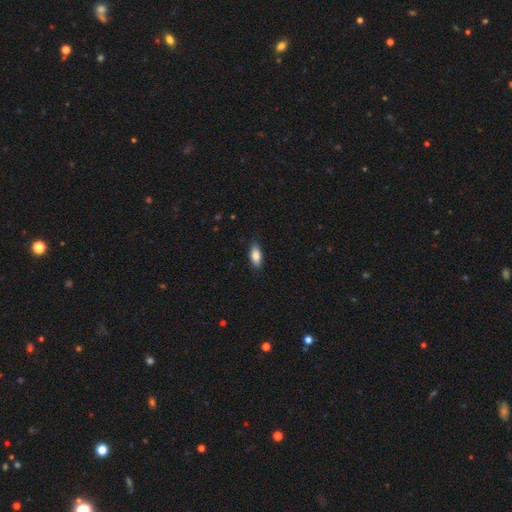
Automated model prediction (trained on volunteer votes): This appears to be a smooth galaxy with no disk features (83%) that is in between round and cigar-shaped (83%). Merging: none (87%).